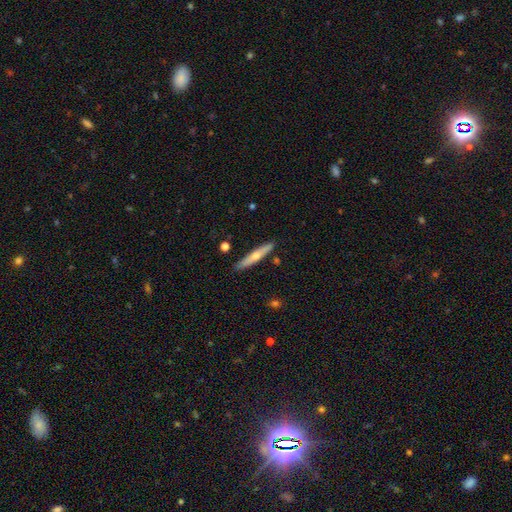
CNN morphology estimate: Q: Smooth or featured?
A: smooth (48%); runner-up: featured or disk (47%)
Q: Merging?
A: none (88%); runner-up: minor disturbance (8%)